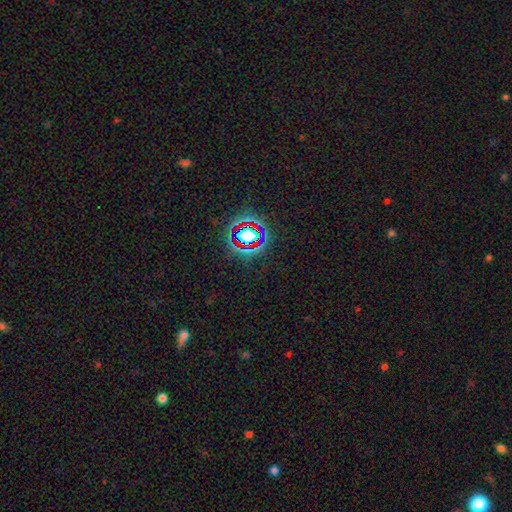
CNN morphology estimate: Smooth or featured?
  - star or artifact: 66% *
  - smooth: 19%
  - featured or disk: 16%